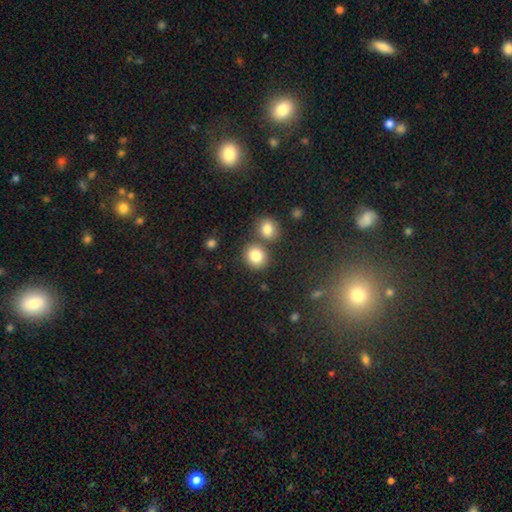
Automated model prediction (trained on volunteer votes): A smooth galaxy with no disk features (82%) that is round (79%). Merging: none (67%).